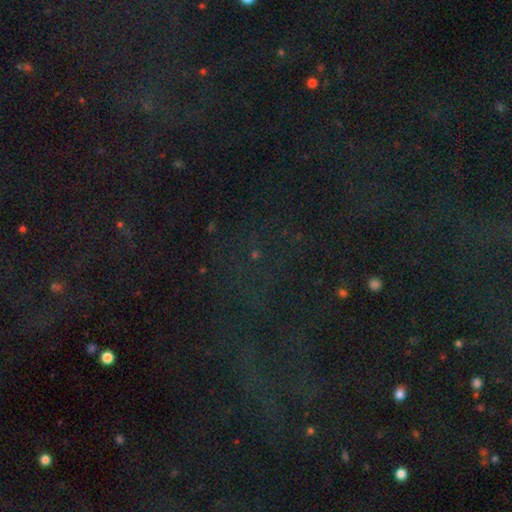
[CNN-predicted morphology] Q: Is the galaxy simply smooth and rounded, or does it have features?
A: star or artifact — 75%.